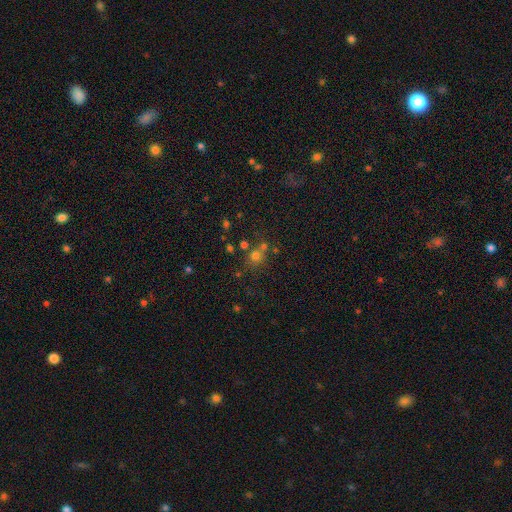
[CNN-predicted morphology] Smooth or featured?
  - smooth: 66% *
  - star or artifact: 23%
  - featured or disk: 11%
How rounded?
  - round: 83% *
  - in between: 16%
  - cigar-shaped: 1%
Merging?
  - none: 59% *
  - merger: 25%
  - minor disturbance: 10%
  - major disturbance: 5%